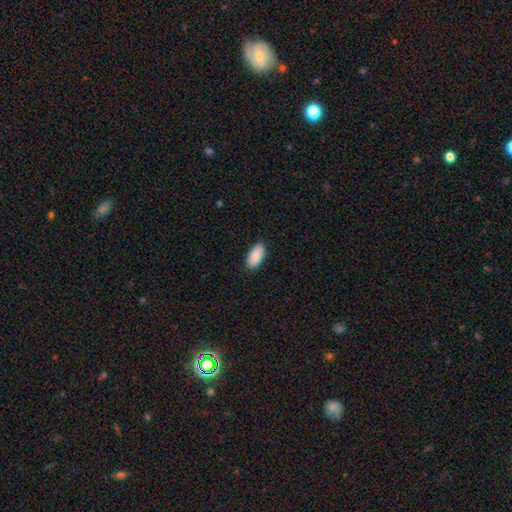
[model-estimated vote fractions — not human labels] Q: Smooth or featured?
A: smooth (91%); runner-up: star or artifact (6%)
Q: How rounded?
A: in between (91%); runner-up: cigar-shaped (7%)
Q: Merging?
A: none (88%); runner-up: minor disturbance (9%)